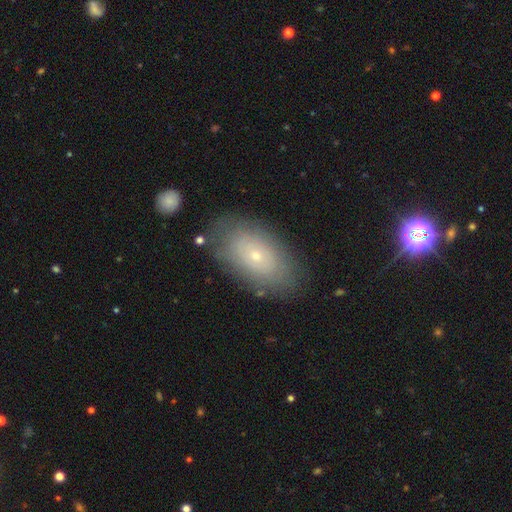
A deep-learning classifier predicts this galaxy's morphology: Smooth or featured?
  - smooth: 54% *
  - featured or disk: 37%
  - star or artifact: 9%
How rounded?
  - in between: 91% *
  - round: 7%
  - cigar-shaped: 2%
Merging?
  - none: 77% *
  - minor disturbance: 15%
  - major disturbance: 5%
  - merger: 2%